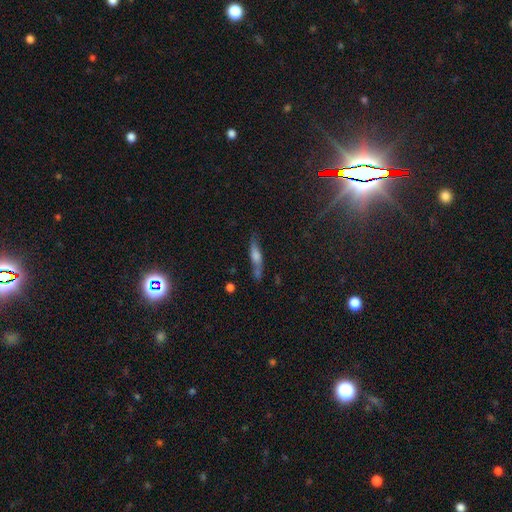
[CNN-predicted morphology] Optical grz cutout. It shows a featured or disk galaxy (44%). Merging: none (67%).